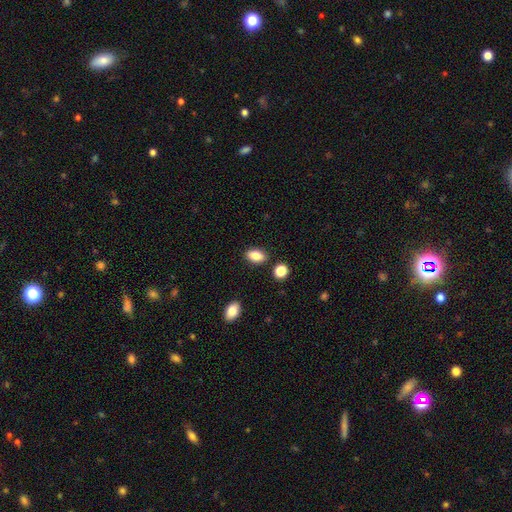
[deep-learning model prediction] smooth-or-featured: smooth: 85% | star or artifact: 8% | featured or disk: 7%
  how-rounded: in between: 89% | round: 7% | cigar-shaped: 4%
  merging: none: 85% | minor disturbance: 9% | merger: 4% | major disturbance: 2%